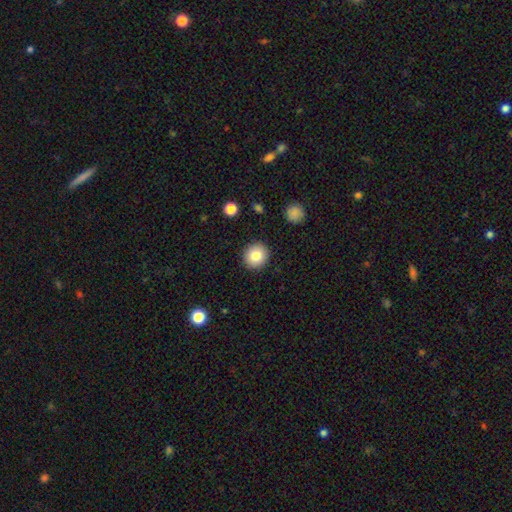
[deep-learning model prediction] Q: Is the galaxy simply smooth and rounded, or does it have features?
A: smooth — 82%.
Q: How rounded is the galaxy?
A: round — 91%.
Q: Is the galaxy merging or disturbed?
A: none — 91%.